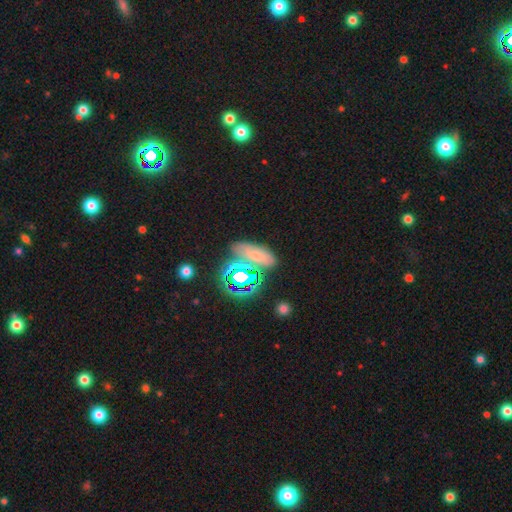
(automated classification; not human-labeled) This is possibly a smooth galaxy (57%). How rounded: likely in between (71%). Merging: likely none (68%).